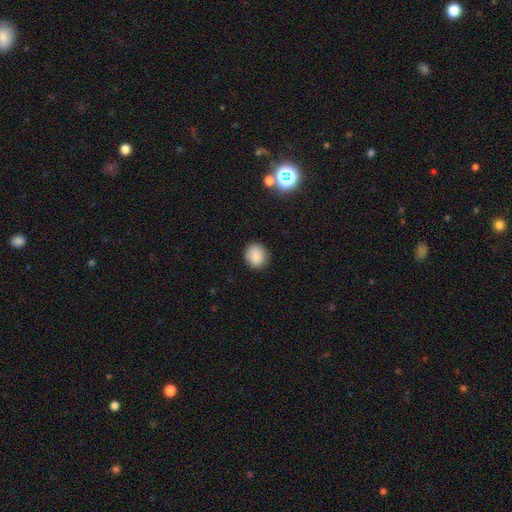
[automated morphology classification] Smooth or featured: smooth — 85% (star or artifact — 9%)
How rounded: round — 82% (in between — 17%)
Merging: none — 89% (minor disturbance — 8%)